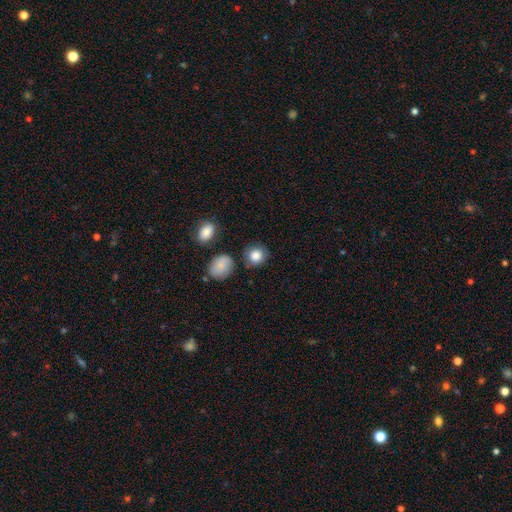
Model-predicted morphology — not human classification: The model was most divided on "how rounded": round: 81%, in between: 18%, cigar-shaped: 1%. More confident: smooth or featured — smooth (85%); merging — none (79%).